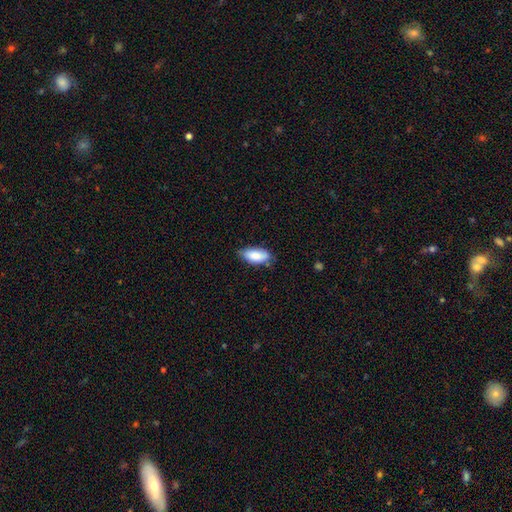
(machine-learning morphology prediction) Smooth or featured? smooth (85%)
How rounded? in between (89%)
Merging? none (68%)